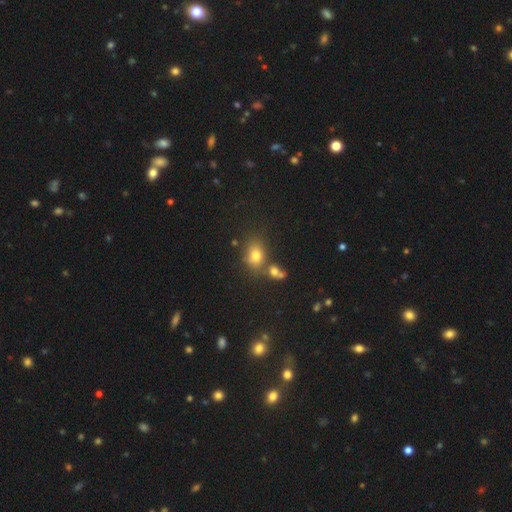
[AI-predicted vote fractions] Smooth or featured: smooth — 74% (star or artifact — 16%)
How rounded: in between — 68% (round — 30%)
Merging: none — 55% (merger — 26%)